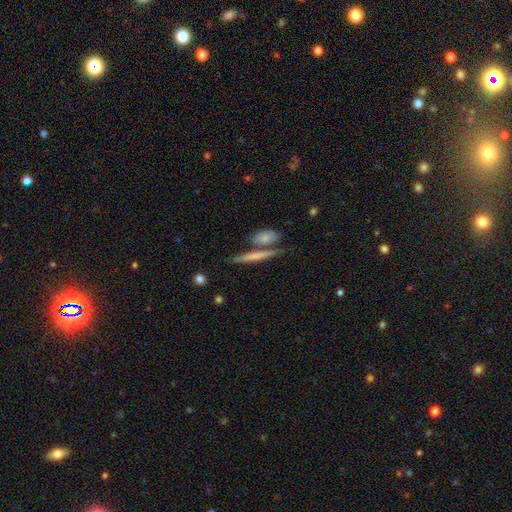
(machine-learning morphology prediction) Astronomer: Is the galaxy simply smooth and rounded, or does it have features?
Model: smooth — 54% (runner-up: featured or disk, 39%).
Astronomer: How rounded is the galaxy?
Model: cigar-shaped — 84%.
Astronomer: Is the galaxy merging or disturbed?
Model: none — 62%.